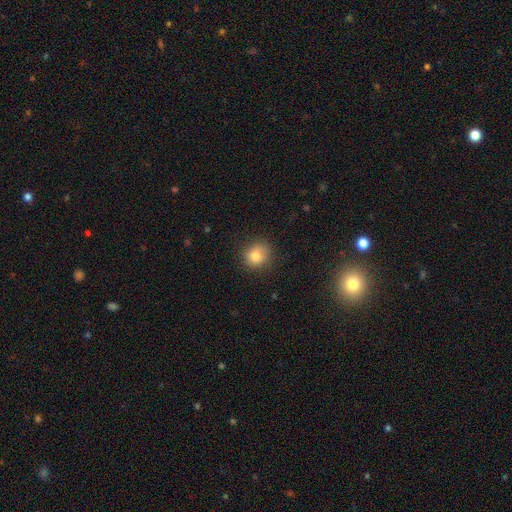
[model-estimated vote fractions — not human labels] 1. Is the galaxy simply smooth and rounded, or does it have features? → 80% smooth, 11% star or artifact, 8% featured or disk.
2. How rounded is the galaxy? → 80% round, 20% in between, 1% cigar-shaped.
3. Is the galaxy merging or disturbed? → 78% none, 16% minor disturbance, 4% major disturbance, 2% merger.